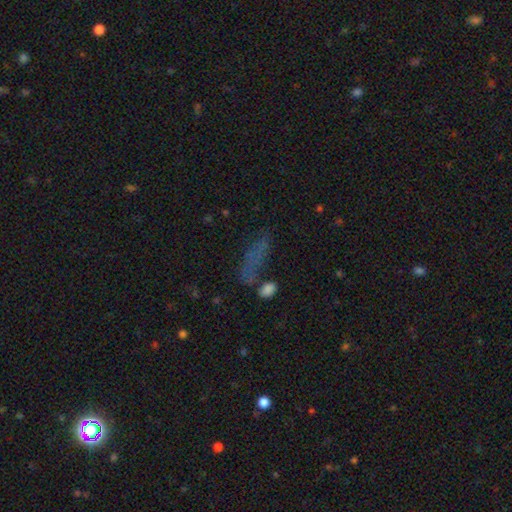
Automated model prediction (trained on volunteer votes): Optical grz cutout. It shows a smooth galaxy with no disk features (54%) that is in between round and cigar-shaped (50%). Merging: none (51%).